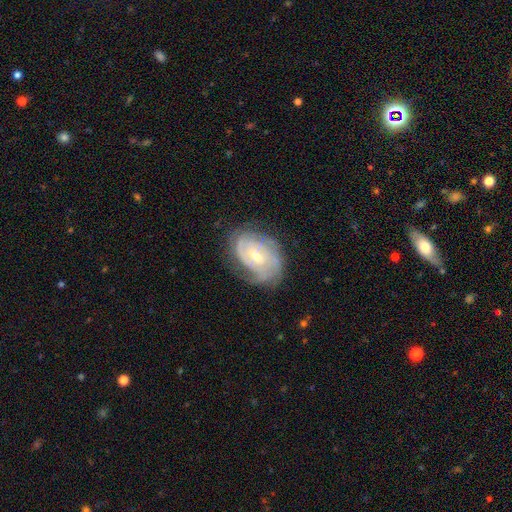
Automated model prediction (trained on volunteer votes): Smooth or featured: featured or disk — 83% (smooth — 12%)
Edge-on disk: no — 97% (yes — 3%)
Bar: weak — 49% (no — 38%)
Spiral arms: yes — 94% (no — 6%)
Spiral winding: tight — 70% (medium — 24%)
Spiral arm count: can't tell — 36% (2 — 28%)
Bulge size: moderate — 52% (small — 43%)
Merging: none — 71% (minor disturbance — 21%)